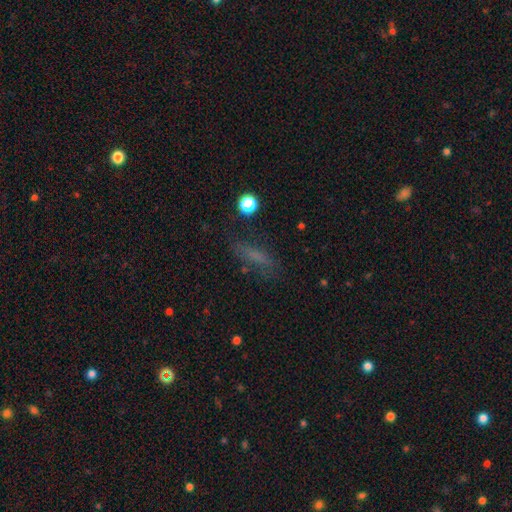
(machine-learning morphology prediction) smooth 61%, featured or disk 20%, star or artifact 19%. Down the decision tree: how rounded — cigar-shaped (61%); merging — none (71%).